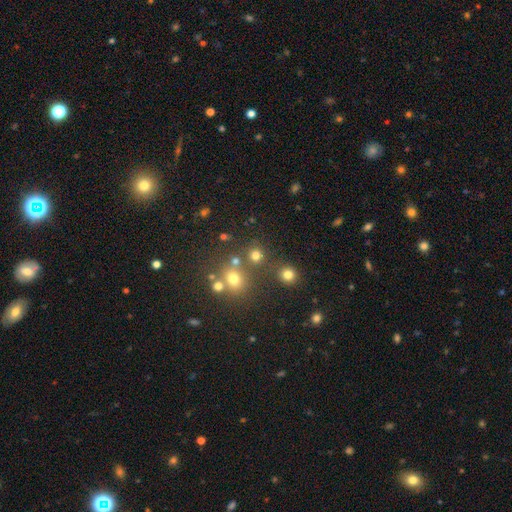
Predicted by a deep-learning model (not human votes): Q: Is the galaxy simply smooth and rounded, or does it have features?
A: smooth — 74%.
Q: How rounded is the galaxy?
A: round — 89%.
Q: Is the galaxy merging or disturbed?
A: none — 74%.